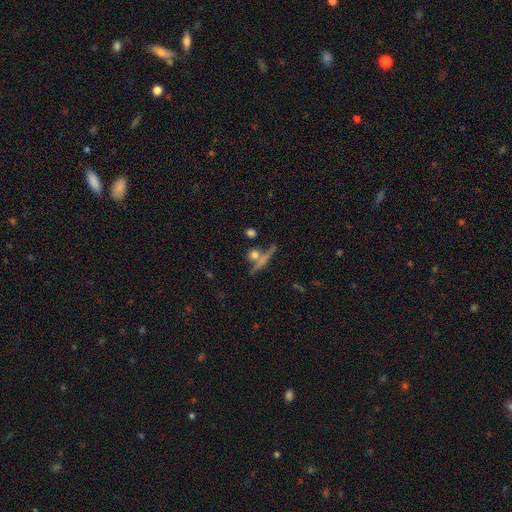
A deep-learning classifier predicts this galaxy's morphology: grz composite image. It shows a smooth galaxy with no disk features (53%) that is round (43%). Merging: none (61%).